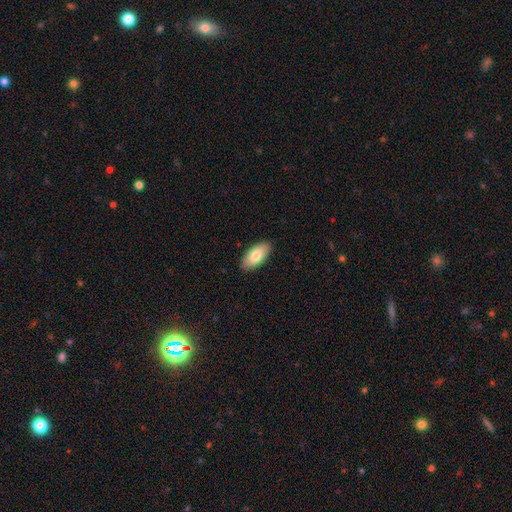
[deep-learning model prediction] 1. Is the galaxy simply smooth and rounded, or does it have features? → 80% smooth, 15% featured or disk, 6% star or artifact.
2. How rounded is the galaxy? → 93% in between, 5% cigar-shaped, 2% round.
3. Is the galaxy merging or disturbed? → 88% none, 9% minor disturbance, 2% major disturbance, 1% merger.